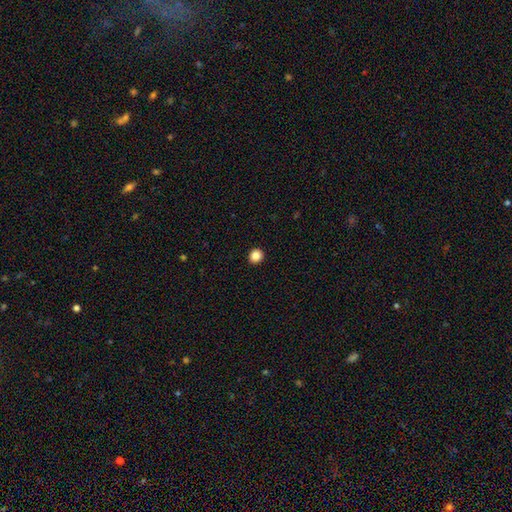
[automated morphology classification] smooth 85%, star or artifact 11%, featured or disk 4%. Down the decision tree: how rounded — round (90%); merging — none (94%).